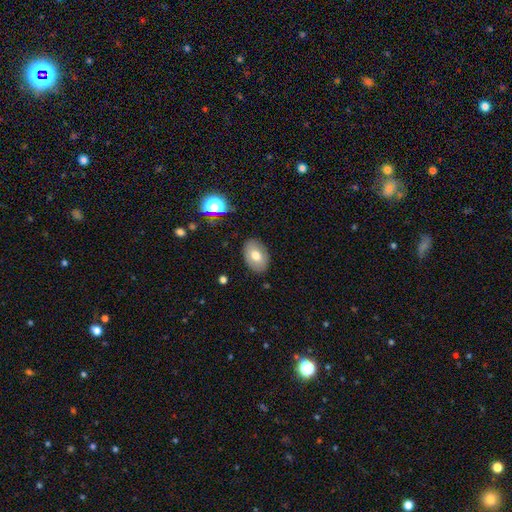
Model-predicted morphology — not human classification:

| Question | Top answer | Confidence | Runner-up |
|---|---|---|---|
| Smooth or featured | smooth | 70% | featured or disk (22%) |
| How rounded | in between | 85% | round (14%) |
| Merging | none | 86% | minor disturbance (10%) |